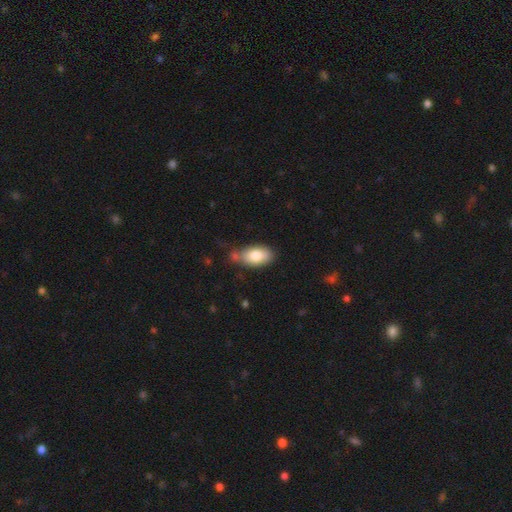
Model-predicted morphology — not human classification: A smooth galaxy with no disk features (81%) that is in between round and cigar-shaped (93%).

Vote fractions:
- Smooth or featured? smooth: 81% / featured or disk: 12% / star or artifact: 7%
- How rounded? in between: 93% / round: 5% / cigar-shaped: 3%
- Merging? none: 63% / minor disturbance: 22% / merger: 10% / major disturbance: 6%